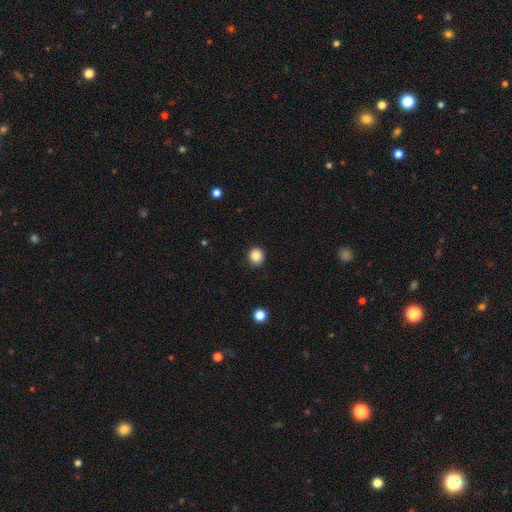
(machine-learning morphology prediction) smooth 86%, star or artifact 10%, featured or disk 3%. Down the decision tree: how rounded — round (92%); merging — none (92%).